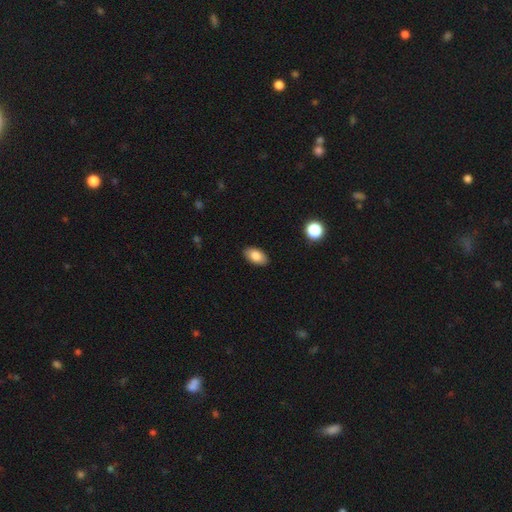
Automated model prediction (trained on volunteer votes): Morphology: type=smooth (84%); roundness=in between (93%); merging=none (88%).